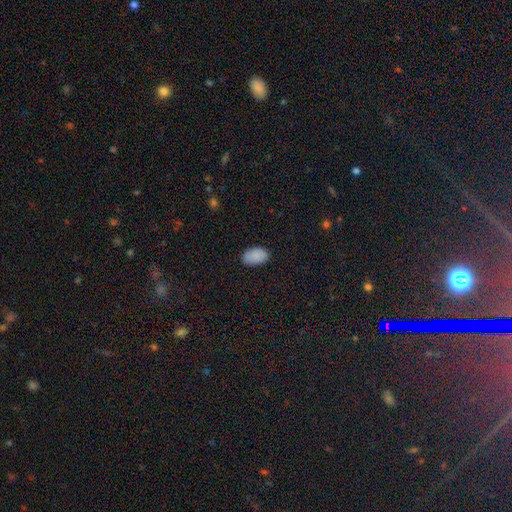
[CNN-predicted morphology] smooth 87%, star or artifact 7%, featured or disk 6%. Down the decision tree: how rounded — in between (93%); merging — none (84%).